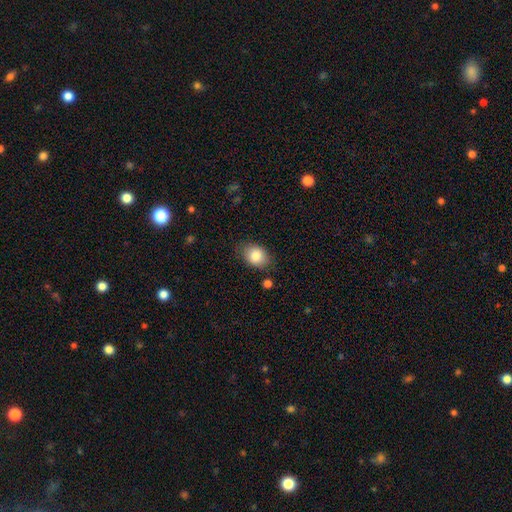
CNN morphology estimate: A smooth galaxy with no disk features (85%) that is in between round and cigar-shaped (72%). Merging: none (78%).